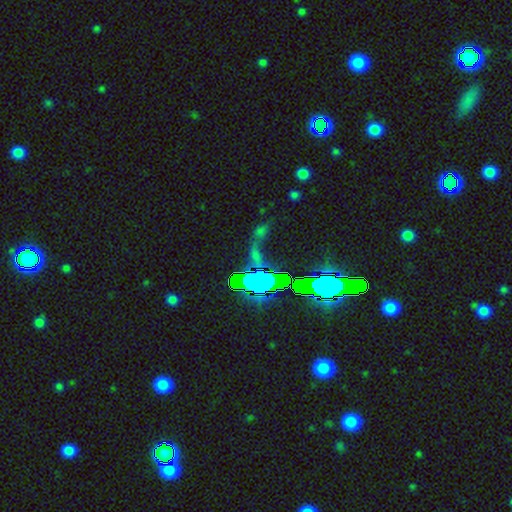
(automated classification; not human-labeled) Overall: star or artifact (64%).